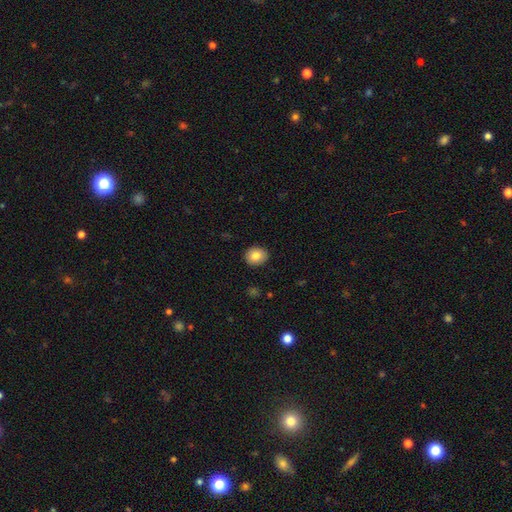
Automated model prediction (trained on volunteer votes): smooth-or-featured: smooth: 83% | featured or disk: 9% | star or artifact: 8%
  how-rounded: round: 64% | in between: 36% | cigar-shaped: 1%
  merging: none: 91% | minor disturbance: 7% | major disturbance: 2% | merger: 1%